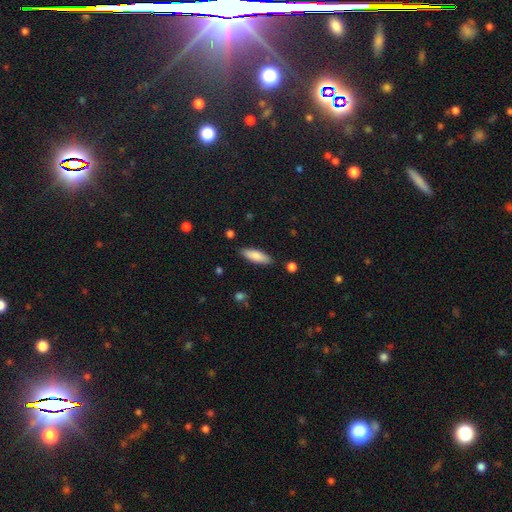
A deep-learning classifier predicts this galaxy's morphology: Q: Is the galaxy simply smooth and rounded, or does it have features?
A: smooth — 83%.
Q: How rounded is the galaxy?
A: in between — 54%.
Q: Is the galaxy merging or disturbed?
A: none — 86%.